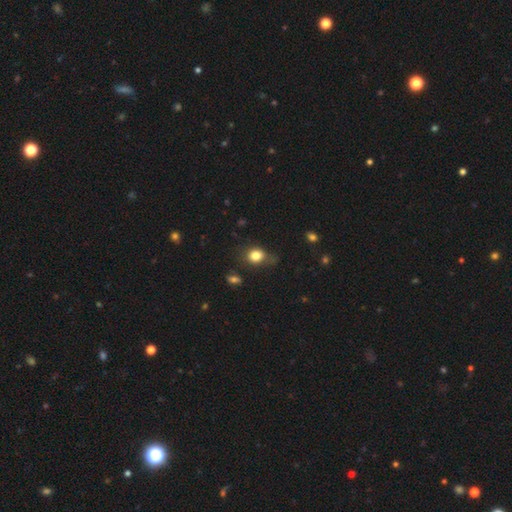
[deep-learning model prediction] Q: Smooth or featured?
A: smooth (81%); runner-up: star or artifact (11%)
Q: How rounded?
A: round (56%); runner-up: in between (42%)
Q: Merging?
A: none (62%); runner-up: minor disturbance (26%)